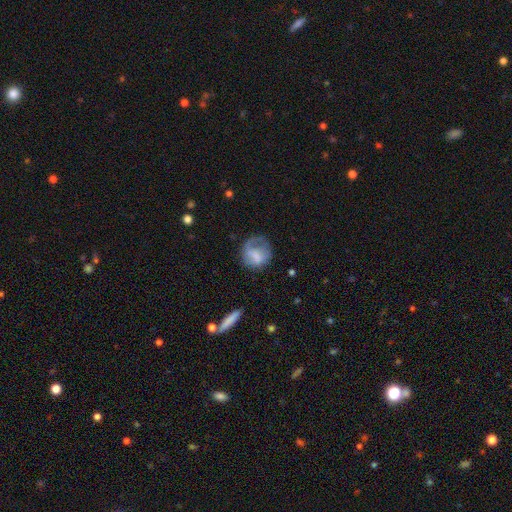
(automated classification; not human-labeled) smooth-or-featured: smooth: 55% | featured or disk: 36% | star or artifact: 8%
  how-rounded: round: 72% | in between: 27% | cigar-shaped: 1%
  merging: none: 45% | major disturbance: 28% | minor disturbance: 25% | merger: 2%